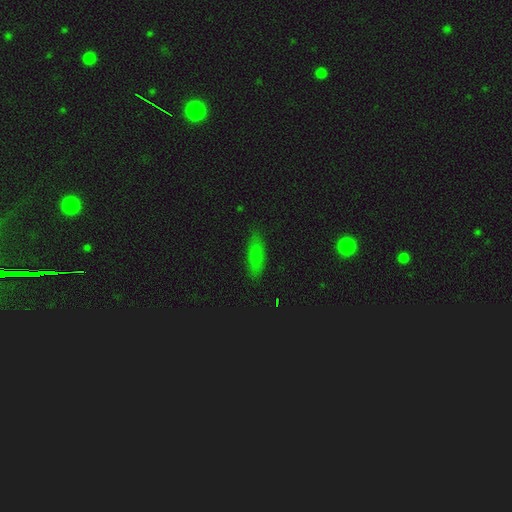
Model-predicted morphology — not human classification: Smooth or featured: smooth — 75% (star or artifact — 15%)
How rounded: in between — 61% (cigar-shaped — 36%)
Merging: none — 84% (minor disturbance — 12%)